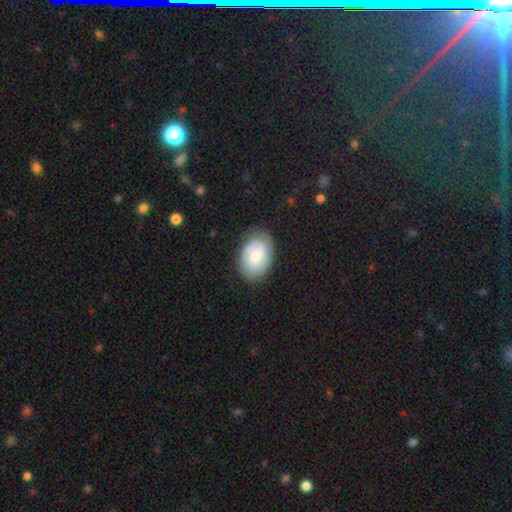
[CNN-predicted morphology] smooth_or_featured: smooth (p=0.51) [alt: featured or disk p=0.42]
how_rounded: in between (p=0.80) [alt: round p=0.19]
merging: none (p=0.76) [alt: minor disturbance p=0.17]